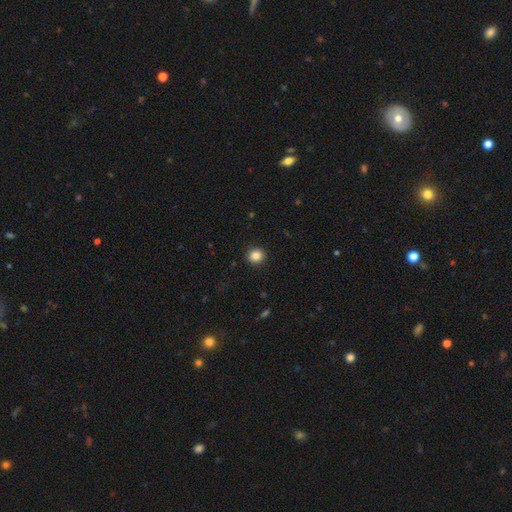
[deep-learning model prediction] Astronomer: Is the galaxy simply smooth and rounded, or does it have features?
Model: smooth — 85%.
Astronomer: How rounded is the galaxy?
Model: round — 92%.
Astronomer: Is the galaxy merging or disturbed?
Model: none — 92%.